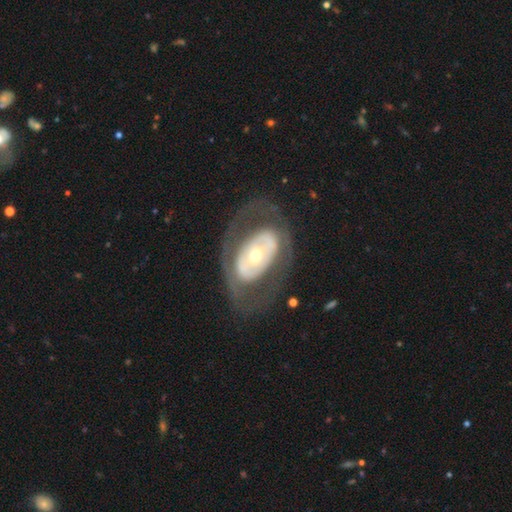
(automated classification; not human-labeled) This appears to be a featured or disk galaxy (71%) with no bar (69%), no spiral arms (67%) and a moderate central bulge (52%). Merging: none (70%).